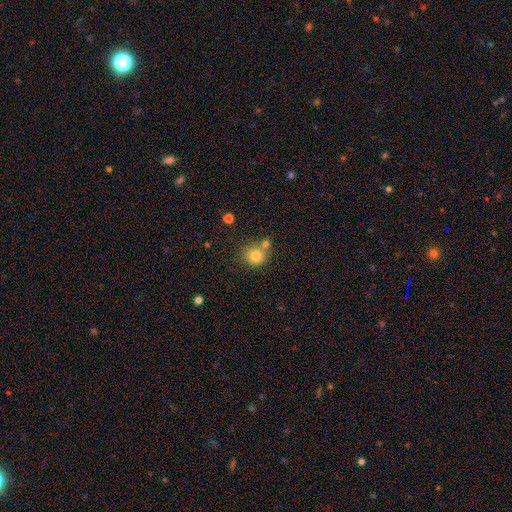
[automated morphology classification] The model was most divided on "merging": none: 62%, merger: 22%, minor disturbance: 12%, major disturbance: 4%. More confident: how rounded — round (88%); smooth or featured — smooth (80%).